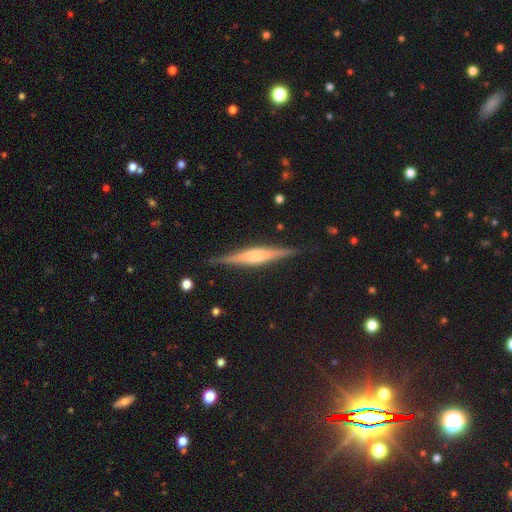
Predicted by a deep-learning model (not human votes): Smooth or featured? featured or disk (72%)
Edge-on disk? yes (97%)
Edge-on bulge? rounded (57%)
Merging? none (87%)